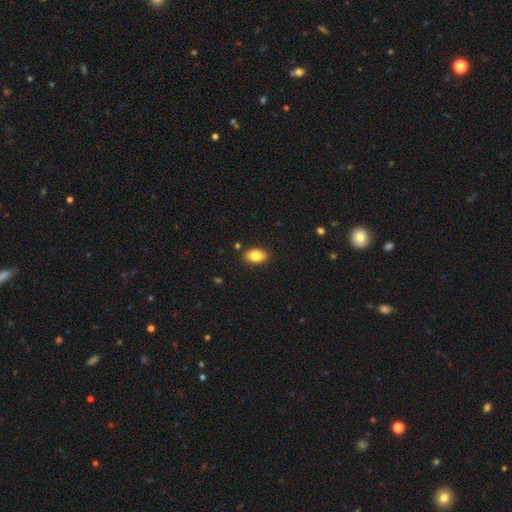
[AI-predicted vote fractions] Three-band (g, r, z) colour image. It shows a smooth galaxy with no disk features (81%) that is in between round and cigar-shaped (89%). Merging: none (88%).